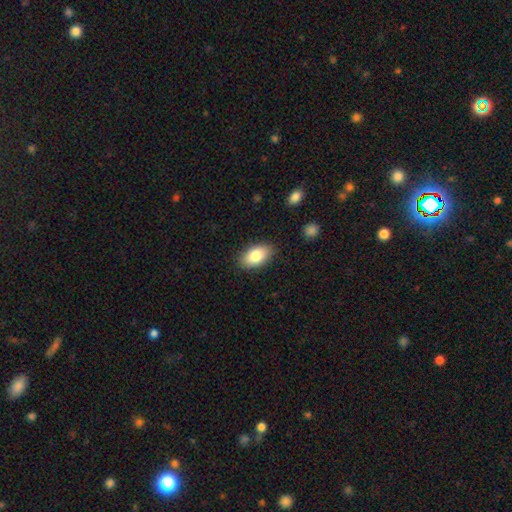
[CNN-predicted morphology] smooth-or-featured: smooth: 82% | featured or disk: 11% | star or artifact: 7%
  how-rounded: in between: 93% | round: 5% | cigar-shaped: 2%
  merging: none: 86% | minor disturbance: 11% | major disturbance: 2% | merger: 1%